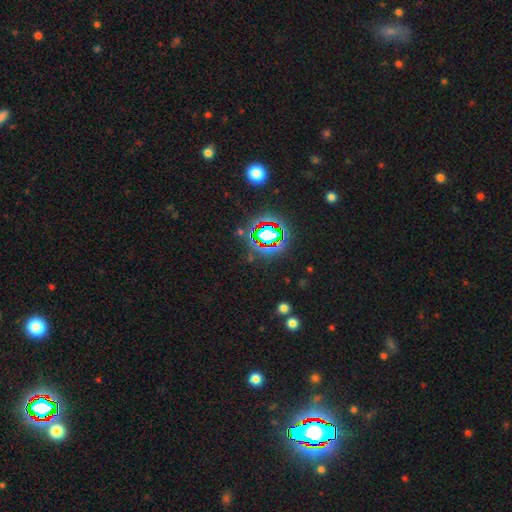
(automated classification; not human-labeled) Smooth or featured? Predicted: star or artifact (p=0.80).